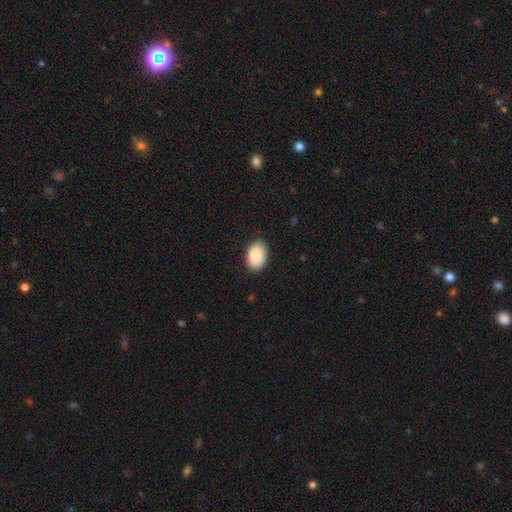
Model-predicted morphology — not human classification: This appears to be a smooth galaxy with no disk features (89%) that is in between round and cigar-shaped (88%). Merging: none (87%).